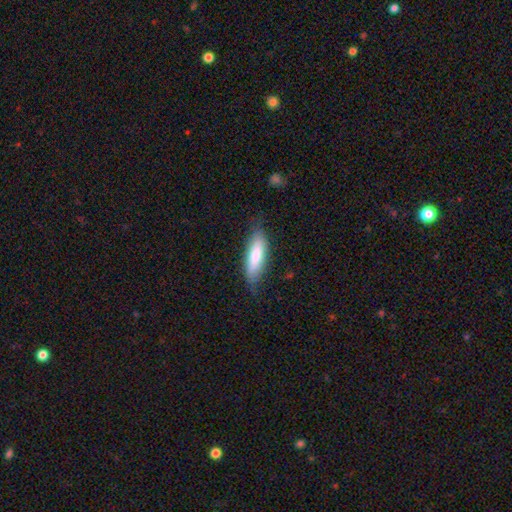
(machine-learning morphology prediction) Smooth or featured? Predicted: smooth (p=0.74). How rounded? Predicted: in between (p=0.51). Merging? Predicted: none (p=0.75).